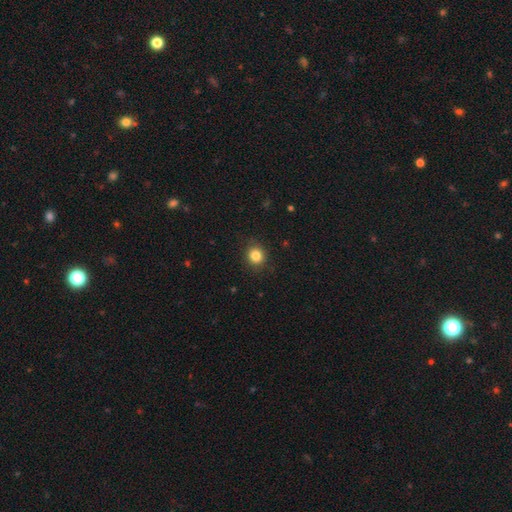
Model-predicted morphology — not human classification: A smooth galaxy with no disk features (84%) that is round (84%).

Vote fractions:
- Smooth or featured? smooth: 84% / star or artifact: 11% / featured or disk: 5%
- How rounded? round: 84% / in between: 15% / cigar-shaped: 1%
- Merging? none: 88% / minor disturbance: 8% / major disturbance: 2% / merger: 1%